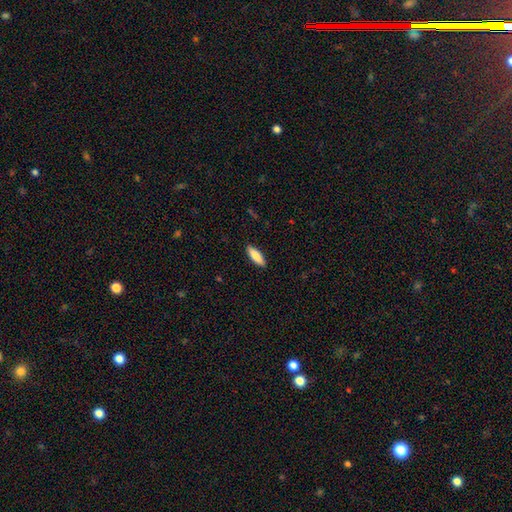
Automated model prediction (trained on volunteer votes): smooth-or-featured: smooth: 83% | featured or disk: 11% | star or artifact: 6%
  how-rounded: in between: 56% | cigar-shaped: 42% | round: 2%
  merging: none: 89% | minor disturbance: 8% | major disturbance: 2% | merger: 1%